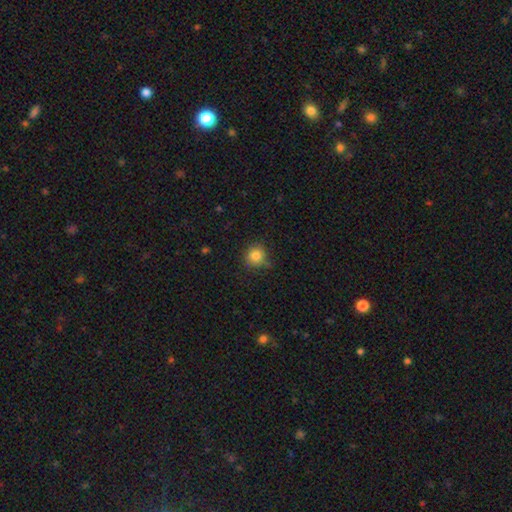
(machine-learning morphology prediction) Smooth or featured?
  - smooth: 83% *
  - star or artifact: 11%
  - featured or disk: 5%
How rounded?
  - round: 90% *
  - in between: 9%
  - cigar-shaped: 1%
Merging?
  - none: 82% *
  - minor disturbance: 13%
  - major disturbance: 3%
  - merger: 2%